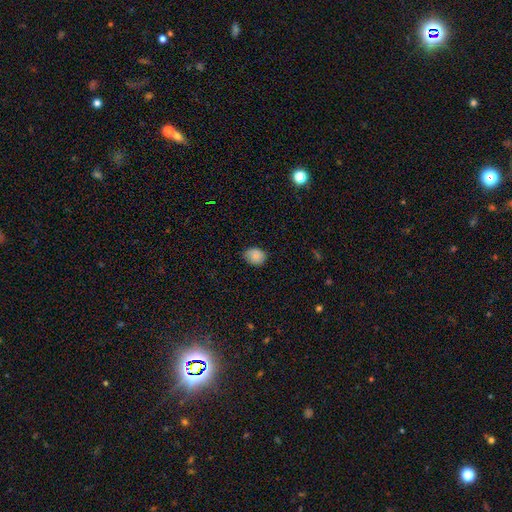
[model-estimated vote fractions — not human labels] A smooth galaxy with no disk features (86%) that is round (54%). Merging: none (73%).